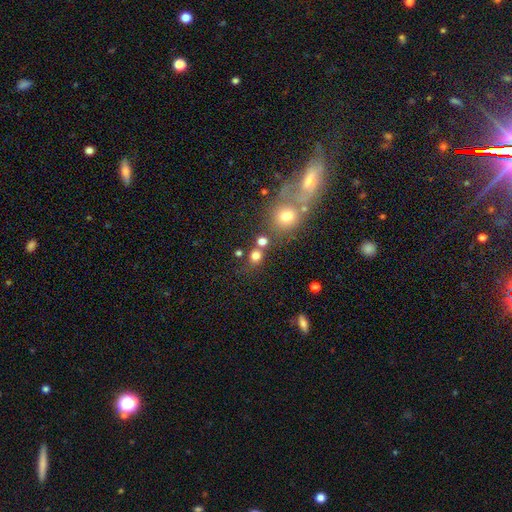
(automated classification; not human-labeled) Q: Smooth or featured?
A: smooth (75%); runner-up: star or artifact (17%)
Q: How rounded?
A: round (75%); runner-up: in between (24%)
Q: Merging?
A: none (61%); runner-up: merger (22%)